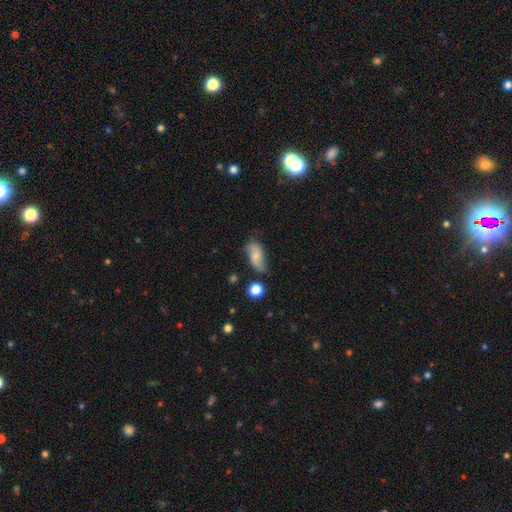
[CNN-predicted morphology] smooth_or_featured: smooth (p=0.51) [alt: featured or disk p=0.39]
how_rounded: in between (p=0.86) [alt: cigar-shaped p=0.08]
merging: none (p=0.57) [alt: minor disturbance p=0.29]